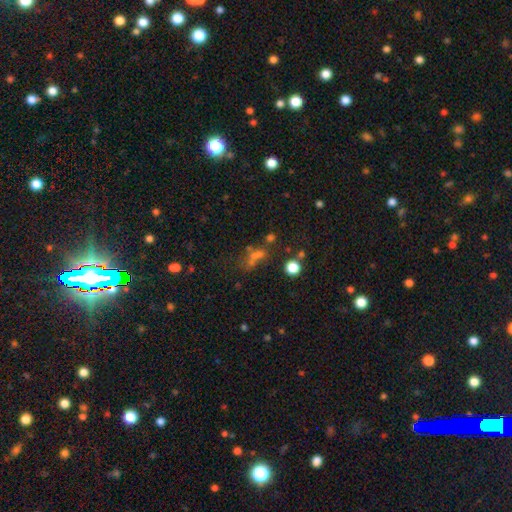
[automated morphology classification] smooth_or_featured: smooth (p=0.42) [alt: star or artifact p=0.39]
merging: none (p=0.46) [alt: merger p=0.22]